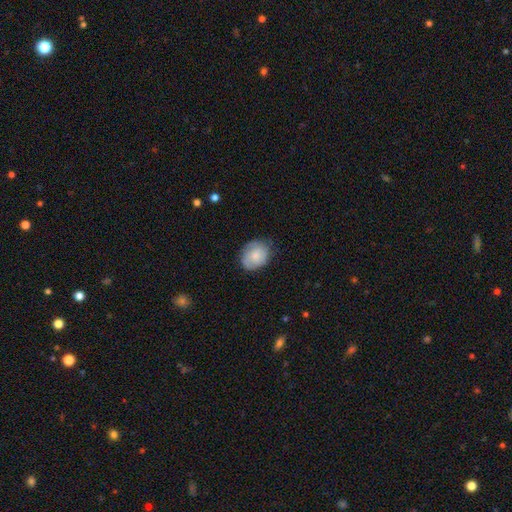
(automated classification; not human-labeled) Morphology: type=smooth (67%); roundness=in between (57%); merging=none (72%).